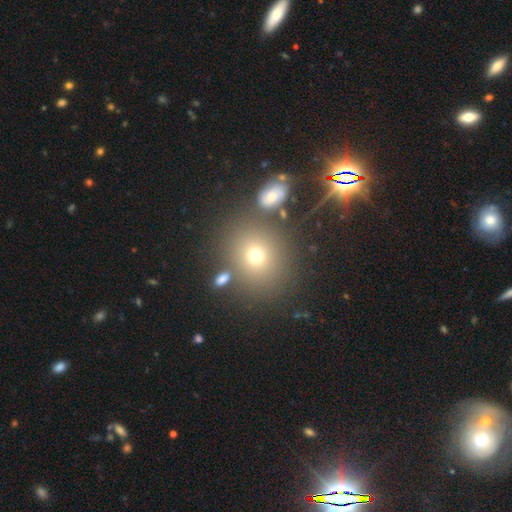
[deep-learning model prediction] smooth 70%, star or artifact 18%, featured or disk 12%. Down the decision tree: how rounded — round (77%); merging — none (75%).